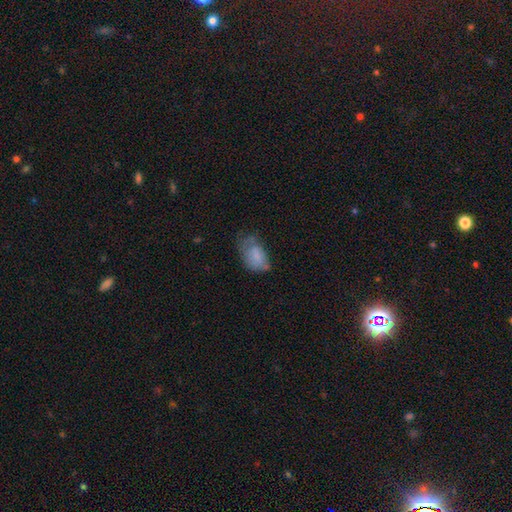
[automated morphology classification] A smooth galaxy with no disk features (74%) that is in between round and cigar-shaped (91%).

Vote fractions:
- Smooth or featured? smooth: 74% / featured or disk: 18% / star or artifact: 9%
- How rounded? in between: 91% / round: 8% / cigar-shaped: 2%
- Merging? minor disturbance: 38% / none: 33% / major disturbance: 26% / merger: 4%